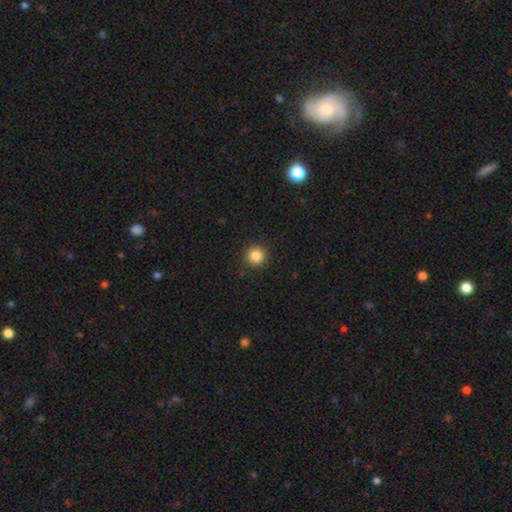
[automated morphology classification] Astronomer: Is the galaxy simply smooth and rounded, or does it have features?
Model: smooth — 85%.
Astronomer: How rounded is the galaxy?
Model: round — 94%.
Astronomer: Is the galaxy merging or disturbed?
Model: none — 91%.